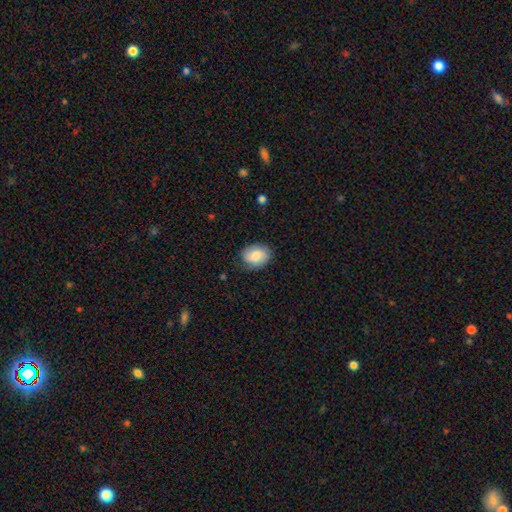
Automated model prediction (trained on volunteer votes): Smooth or featured?
  - smooth: 71% *
  - featured or disk: 22%
  - star or artifact: 7%
How rounded?
  - in between: 65% *
  - round: 34%
  - cigar-shaped: 1%
Merging?
  - none: 77% *
  - minor disturbance: 17%
  - major disturbance: 4%
  - merger: 1%